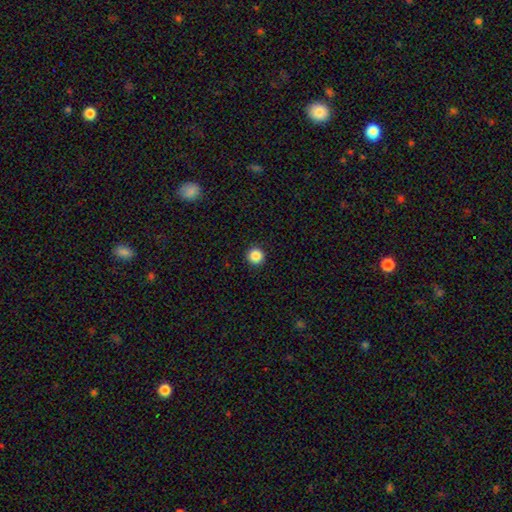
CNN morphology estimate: smooth_or_featured: smooth (p=0.87) [alt: star or artifact p=0.10]
how_rounded: round (p=0.96) [alt: in between p=0.03]
merging: none (p=0.93) [alt: minor disturbance p=0.04]